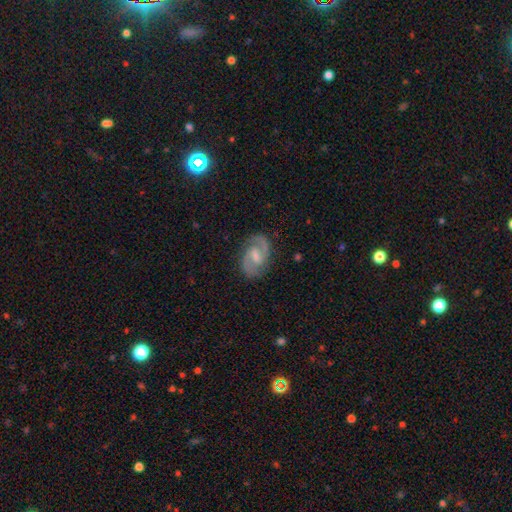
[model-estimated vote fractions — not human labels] This appears to be a featured or disk galaxy (88%) with a weak bar (61%), 2 (93%) medium (61%) spiral arms (97%) and a moderate central bulge (37%). Merging: none (84%).